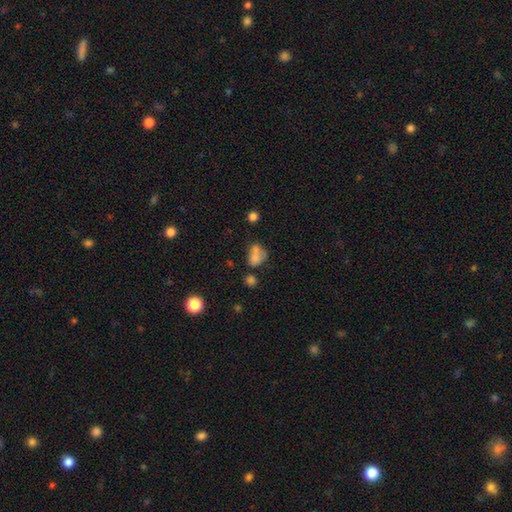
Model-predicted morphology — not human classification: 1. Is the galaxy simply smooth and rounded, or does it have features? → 71% smooth, 16% featured or disk, 13% star or artifact.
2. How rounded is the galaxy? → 61% in between, 37% round, 2% cigar-shaped.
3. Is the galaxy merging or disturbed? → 43% merger, 29% none, 17% minor disturbance, 11% major disturbance.